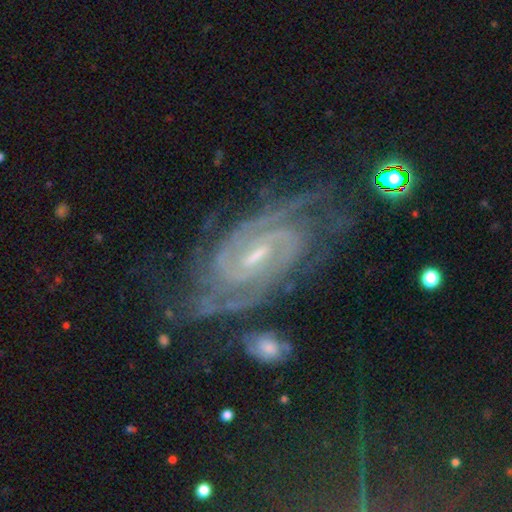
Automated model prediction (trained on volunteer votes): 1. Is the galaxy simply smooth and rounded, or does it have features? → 90% featured or disk, 6% star or artifact, 4% smooth.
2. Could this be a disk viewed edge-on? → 97% no, 3% yes.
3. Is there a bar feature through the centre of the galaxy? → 50% weak, 32% strong, 18% no.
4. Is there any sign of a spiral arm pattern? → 98% yes, 2% no.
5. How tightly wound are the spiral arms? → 69% tight, 27% medium, 4% loose.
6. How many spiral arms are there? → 54% 2, 13% 3, 13% can't tell, 9% 4, 5% more than 4, 5% 1.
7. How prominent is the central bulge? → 71% small, 23% moderate, 4% none, 1% large, 1% dominant.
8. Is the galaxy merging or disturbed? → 71% none, 18% minor disturbance, 8% major disturbance, 3% merger.